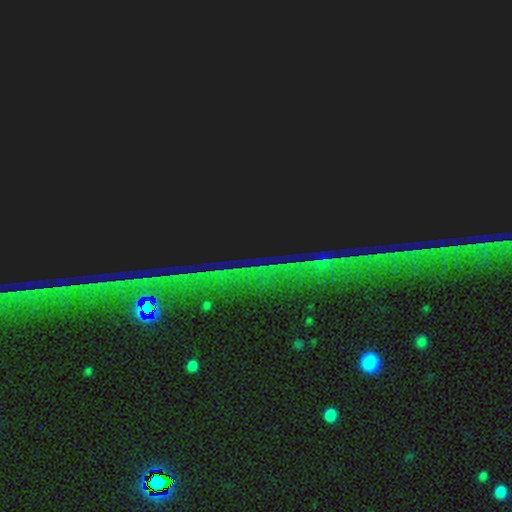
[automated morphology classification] A star or artifact, not a galaxy (85%).